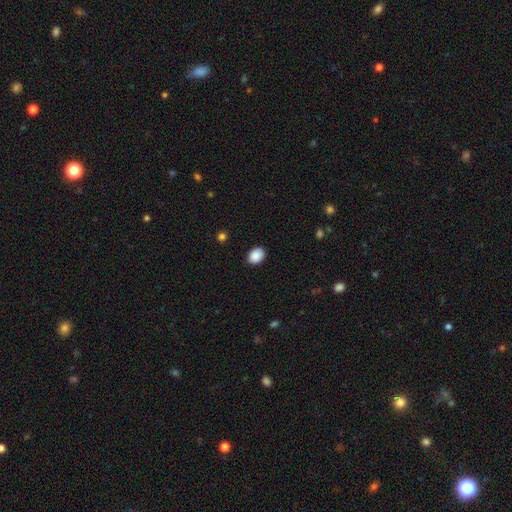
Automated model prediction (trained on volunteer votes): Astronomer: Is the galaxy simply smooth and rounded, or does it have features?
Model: smooth — 89%.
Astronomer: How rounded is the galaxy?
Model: in between — 63%.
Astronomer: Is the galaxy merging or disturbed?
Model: none — 87%.